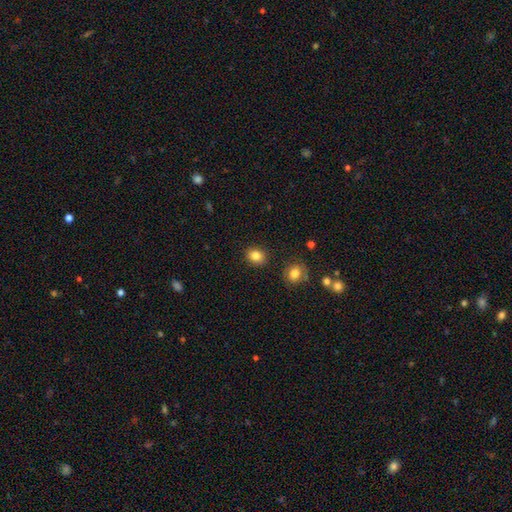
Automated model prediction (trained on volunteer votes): Morphology: type=smooth (83%); roundness=round (62%); merging=none (88%).